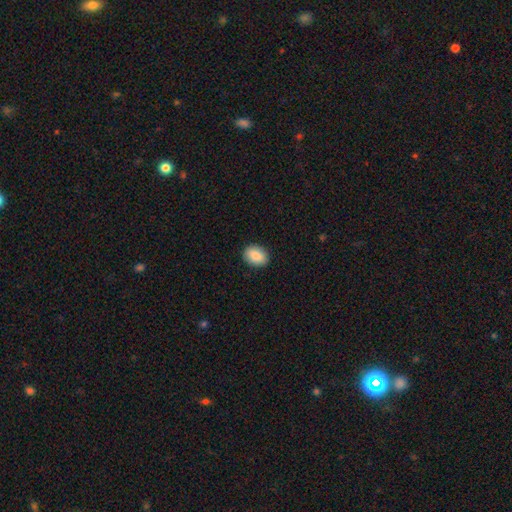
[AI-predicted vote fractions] Overall: smooth (88%). How rounded: in between (74%). Merging: none (90%).